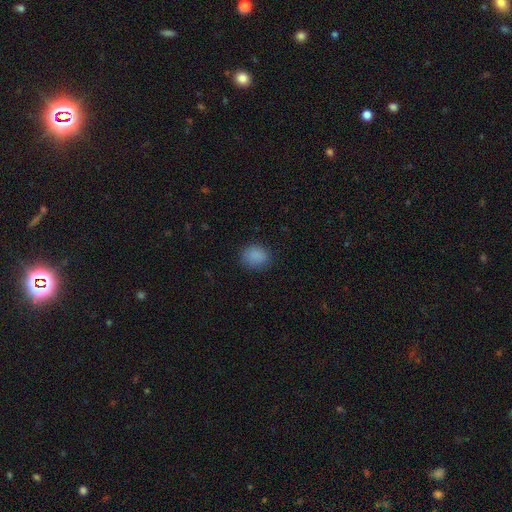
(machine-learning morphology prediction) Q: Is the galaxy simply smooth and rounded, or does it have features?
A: smooth — 86%.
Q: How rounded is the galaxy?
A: round — 66%.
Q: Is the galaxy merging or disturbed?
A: none — 83%.